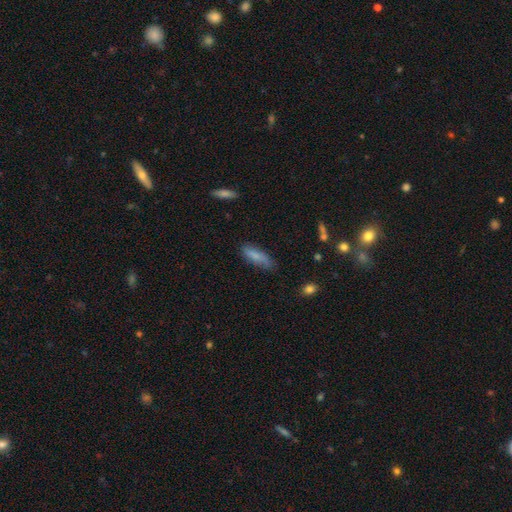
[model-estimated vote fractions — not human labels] Smooth or featured? Predicted: smooth (p=0.79). How rounded? Predicted: in between (p=0.53). Merging? Predicted: none (p=0.67).